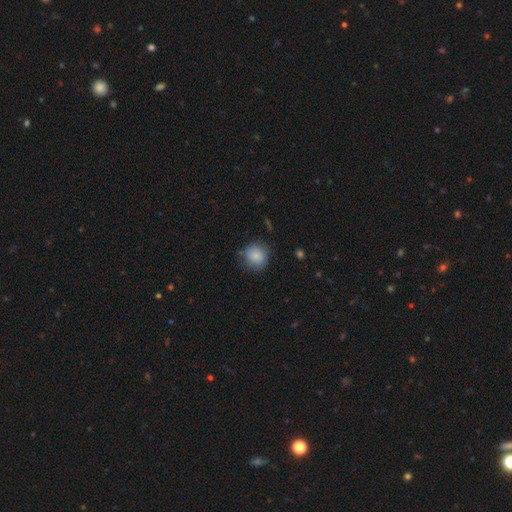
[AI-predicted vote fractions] This is clearly a smooth galaxy (84%). How rounded: clearly round (88%). Merging: likely none (73%).